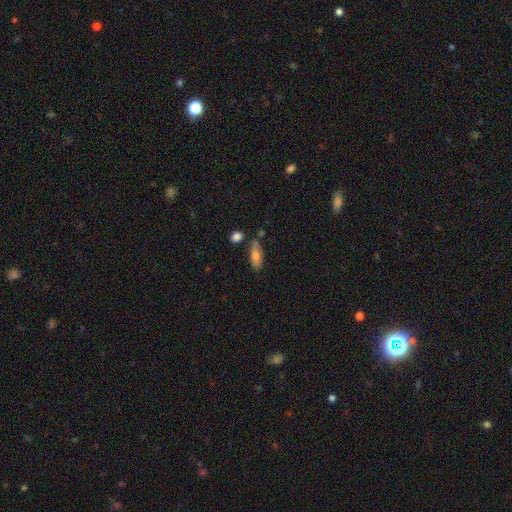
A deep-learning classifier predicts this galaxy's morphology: Smooth or featured? smooth (72%)
How rounded? in between (74%)
Merging? none (68%)